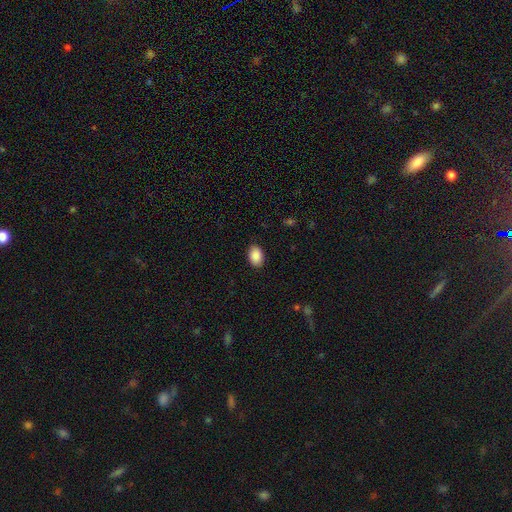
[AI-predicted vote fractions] smooth-or-featured: smooth: 90% | star or artifact: 7% | featured or disk: 3%
  how-rounded: in between: 84% | round: 15% | cigar-shaped: 1%
  merging: none: 90% | minor disturbance: 8% | major disturbance: 2% | merger: 1%